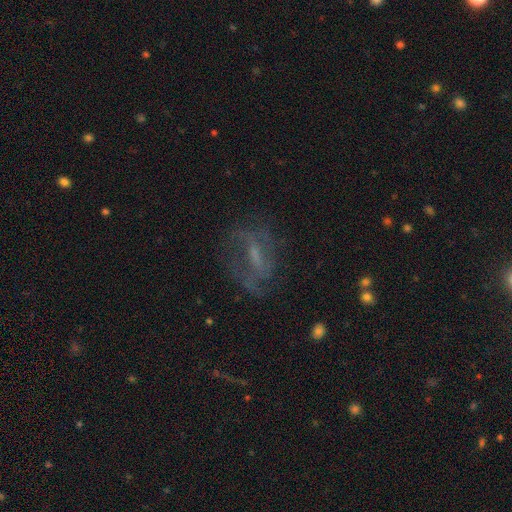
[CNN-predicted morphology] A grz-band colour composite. It shows a featured or disk galaxy (49%). Merging: none (62%).